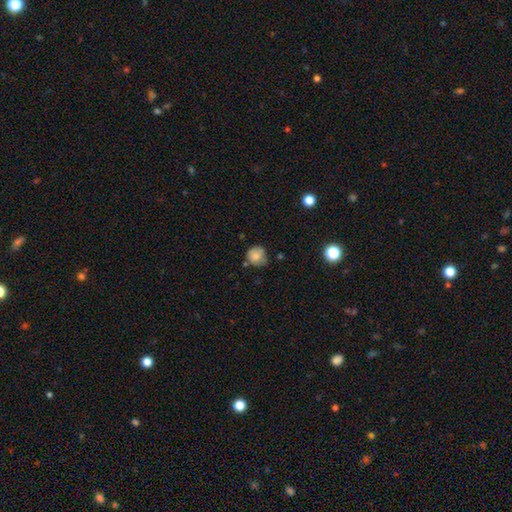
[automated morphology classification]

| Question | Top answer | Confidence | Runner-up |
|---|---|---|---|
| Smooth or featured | smooth | 77% | featured or disk (14%) |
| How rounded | round | 85% | in between (14%) |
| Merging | none | 59% | minor disturbance (29%) |